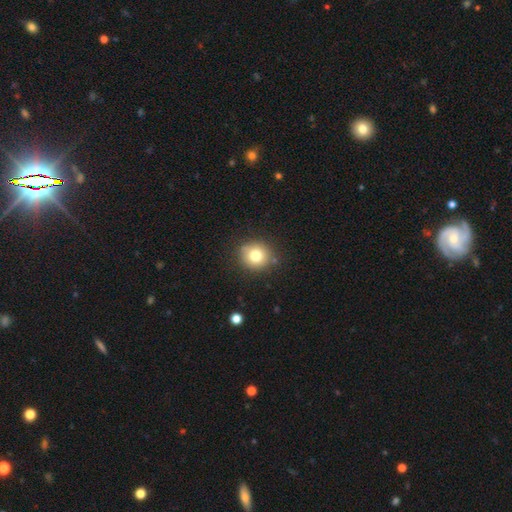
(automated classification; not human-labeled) Smooth or featured: smooth — 77% (star or artifact — 12%)
How rounded: round — 86% (in between — 13%)
Merging: none — 84% (minor disturbance — 11%)